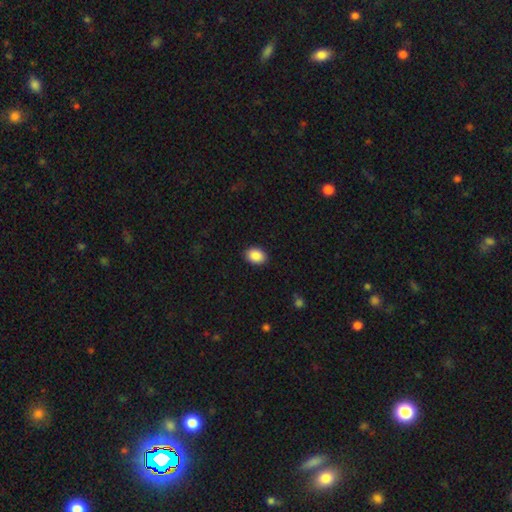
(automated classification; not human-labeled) Smooth or featured: smooth — 89% (star or artifact — 7%)
How rounded: in between — 75% (round — 24%)
Merging: none — 89% (minor disturbance — 8%)